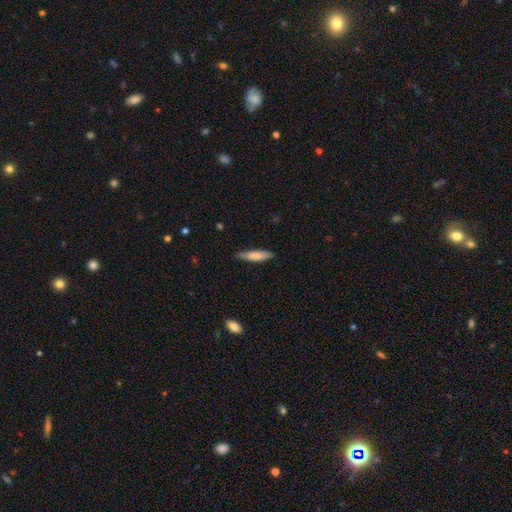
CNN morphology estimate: Smooth or featured? smooth (77%)
How rounded? cigar-shaped (78%)
Merging? none (83%)